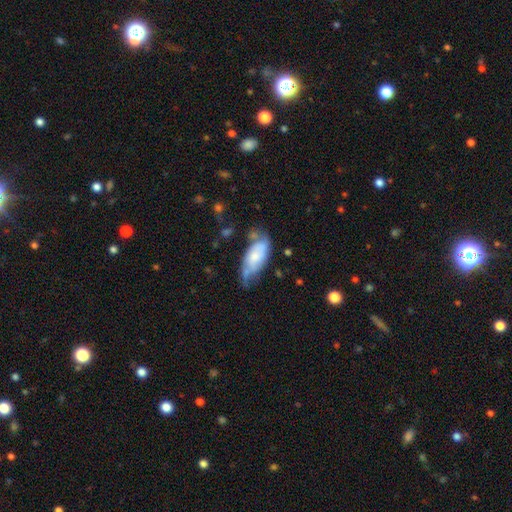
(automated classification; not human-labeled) Smooth or featured?
  - smooth: 53% *
  - featured or disk: 40%
  - star or artifact: 7%
How rounded?
  - in between: 84% *
  - cigar-shaped: 13%
  - round: 3%
Merging?
  - minor disturbance: 36% * (tied)
  - none: 36% * (tied)
  - major disturbance: 20%
  - merger: 7%